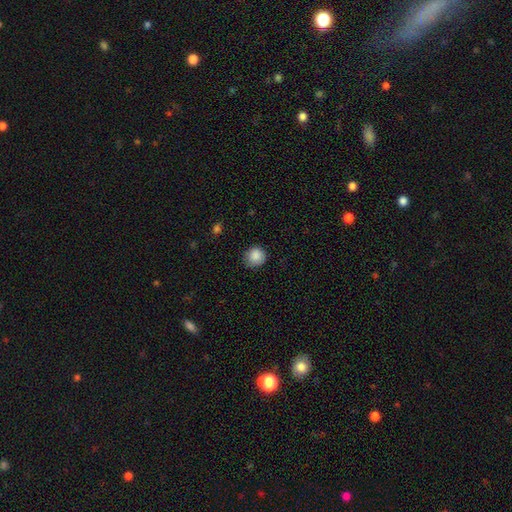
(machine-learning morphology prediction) Smooth or featured? smooth (88%)
How rounded? round (88%)
Merging? none (81%)